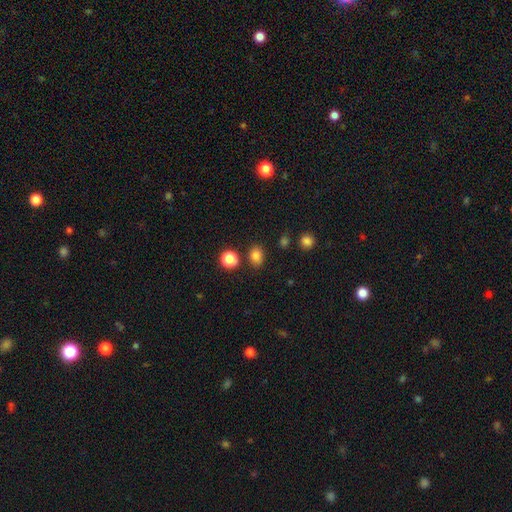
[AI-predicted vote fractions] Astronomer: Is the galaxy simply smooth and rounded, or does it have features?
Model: smooth — 82%.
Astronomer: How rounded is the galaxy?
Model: in between — 55% (runner-up: round, 44%).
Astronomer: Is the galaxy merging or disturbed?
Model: none — 81%.